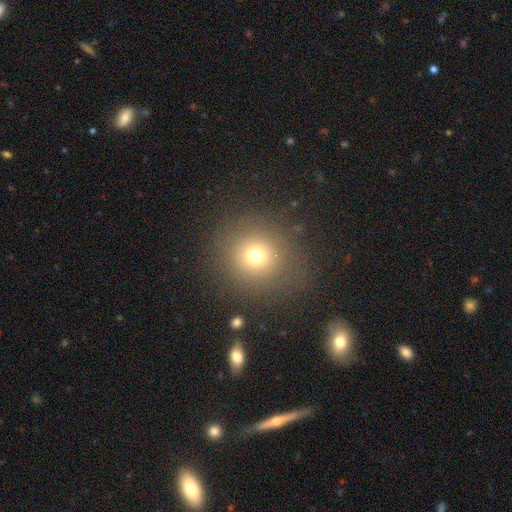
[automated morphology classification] smooth 71%, star or artifact 18%, featured or disk 11%. Down the decision tree: how rounded — round (91%); merging — none (83%).